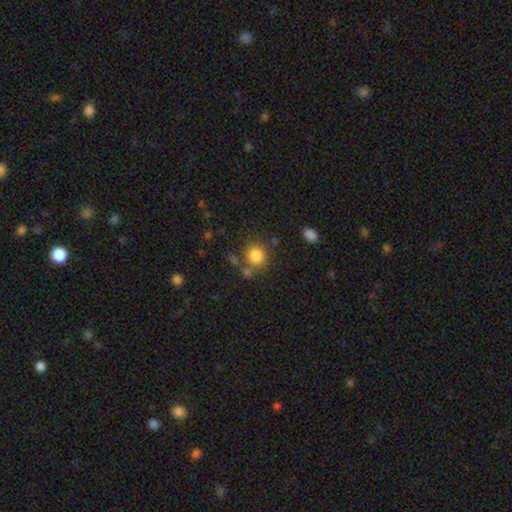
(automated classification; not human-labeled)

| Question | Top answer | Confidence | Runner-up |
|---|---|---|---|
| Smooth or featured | smooth | 84% | star or artifact (10%) |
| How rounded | round | 86% | in between (13%) |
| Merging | none | 71% | minor disturbance (12%) |